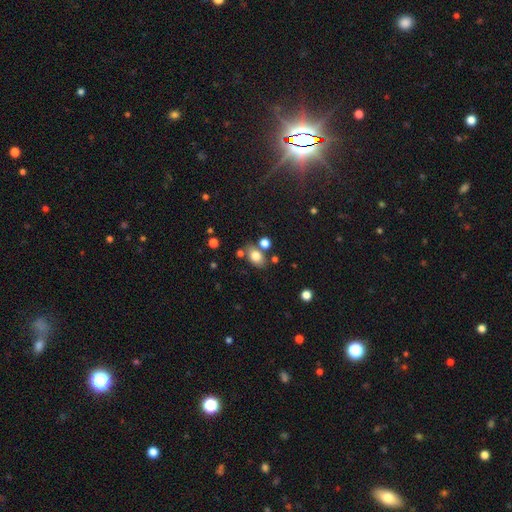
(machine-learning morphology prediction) Q: Smooth or featured?
A: smooth (79%); runner-up: featured or disk (11%)
Q: How rounded?
A: in between (79%); runner-up: round (19%)
Q: Merging?
A: none (68%); runner-up: minor disturbance (14%)